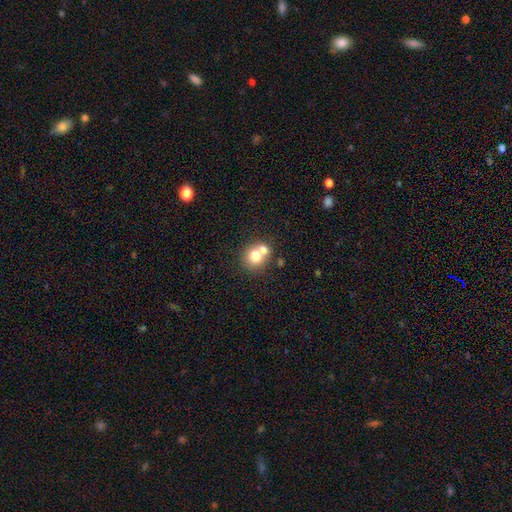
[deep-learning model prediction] This appears to be a smooth galaxy with no disk features (72%) that is round (79%). Merging: merger (51%).